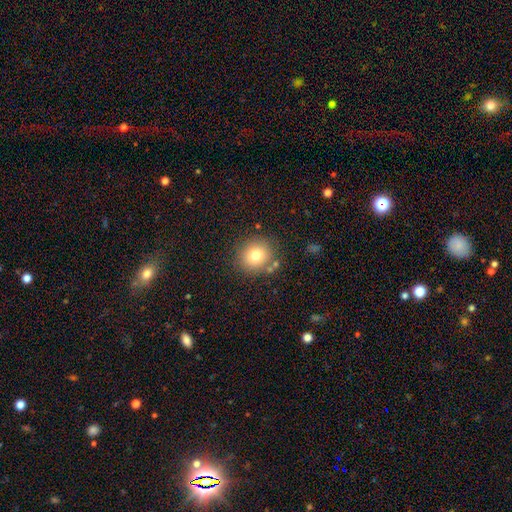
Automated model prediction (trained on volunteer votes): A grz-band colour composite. It shows a smooth galaxy with no disk features (76%) that is round (86%). Merging: none (81%).